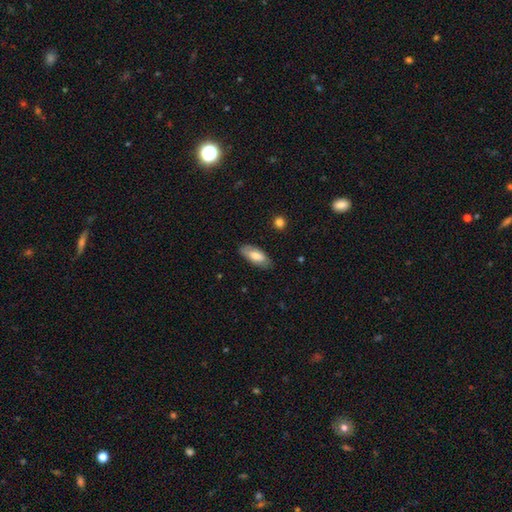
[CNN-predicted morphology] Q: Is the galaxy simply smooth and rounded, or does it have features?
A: smooth — 73%.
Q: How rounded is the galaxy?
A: in between — 85%.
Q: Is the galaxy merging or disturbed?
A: none — 82%.